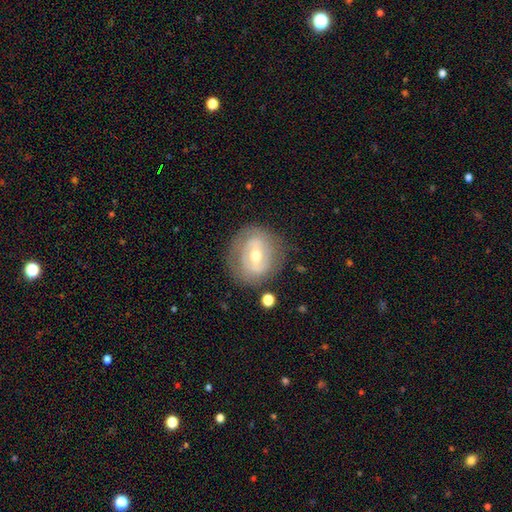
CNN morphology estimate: type=featured or disk (68%); edge-on=no (95%); bar=weak (44%); spiral arms=yes (59%); bulge=moderate (66%); merging=none (77%).